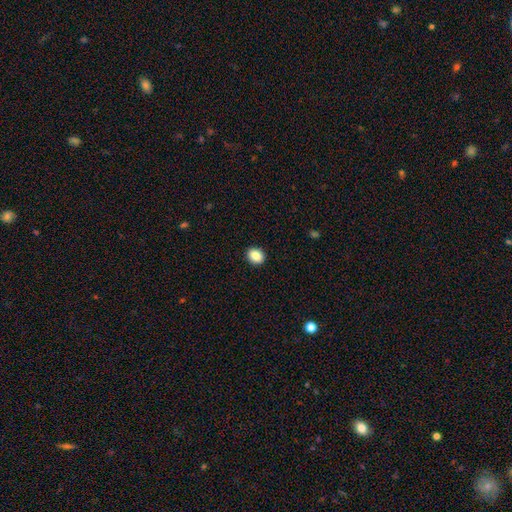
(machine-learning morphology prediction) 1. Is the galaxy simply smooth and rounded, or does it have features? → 87% smooth, 9% star or artifact, 4% featured or disk.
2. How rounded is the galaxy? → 50% in between, 49% round, 1% cigar-shaped.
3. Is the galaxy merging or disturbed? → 91% none, 6% minor disturbance, 2% major disturbance, 1% merger.